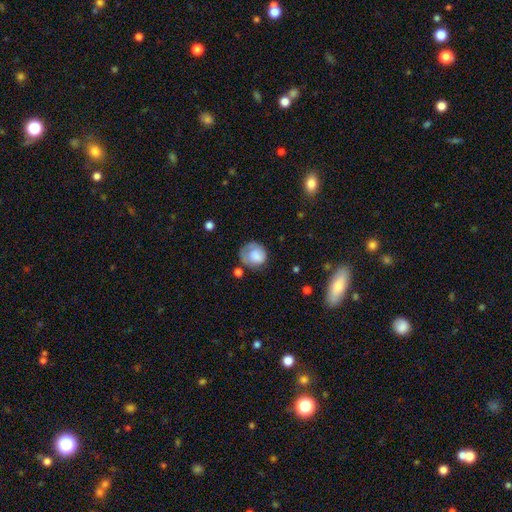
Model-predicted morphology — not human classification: The model was most divided on "merging": none: 50%, minor disturbance: 28%, major disturbance: 17%, merger: 4%. More confident: how rounded — round (78%); smooth or featured — smooth (74%).